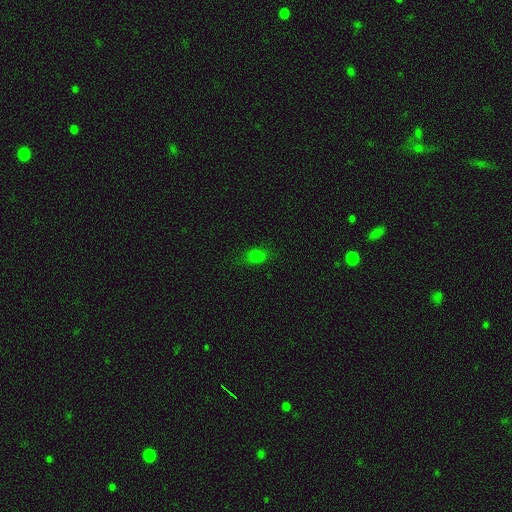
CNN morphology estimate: smooth 73%, star or artifact 18%, featured or disk 9%. Down the decision tree: how rounded — in between (73%); merging — none (74%).